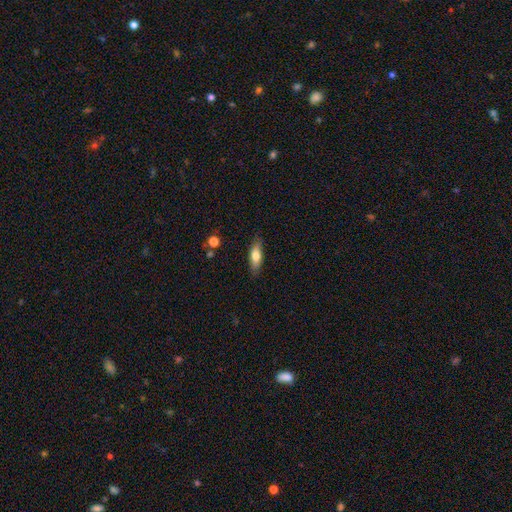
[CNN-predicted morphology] smooth 69%, featured or disk 24%, star or artifact 7%. Down the decision tree: how rounded — in between (63%); merging — none (83%).